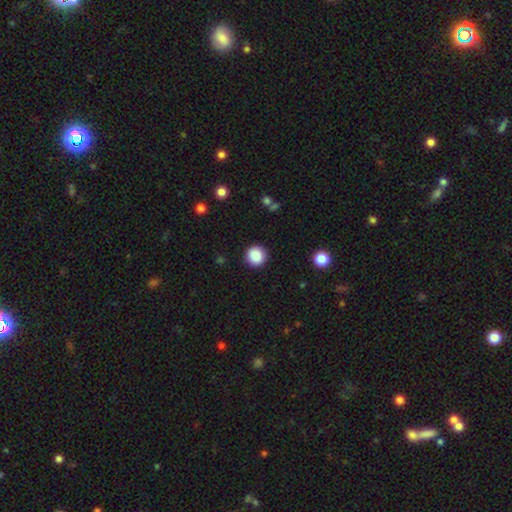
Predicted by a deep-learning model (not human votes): Smooth or featured? Predicted: smooth (p=0.88). How rounded? Predicted: round (p=0.94). Merging? Predicted: none (p=0.91).